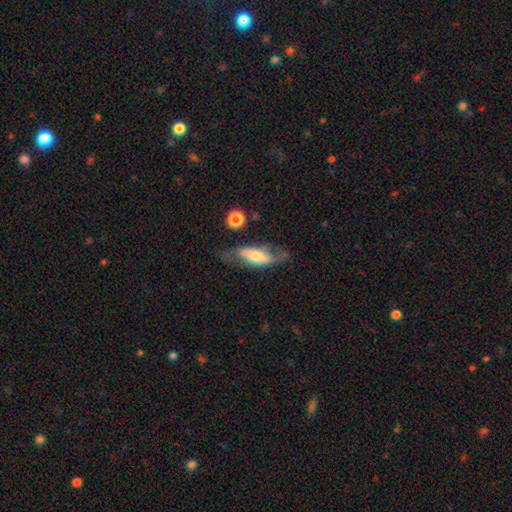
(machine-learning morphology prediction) This is possibly a featured or disk galaxy (54%). It is likely not viewed edge-on (72%). Merging: possibly none (58%).